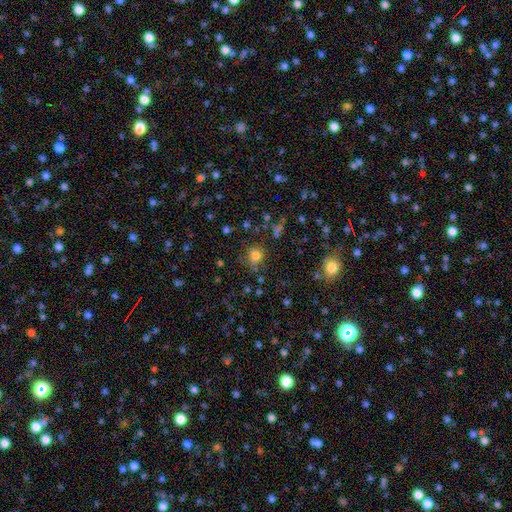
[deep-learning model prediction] smooth 76%, star or artifact 17%, featured or disk 7%. Down the decision tree: how rounded — round (80%); merging — none (69%).